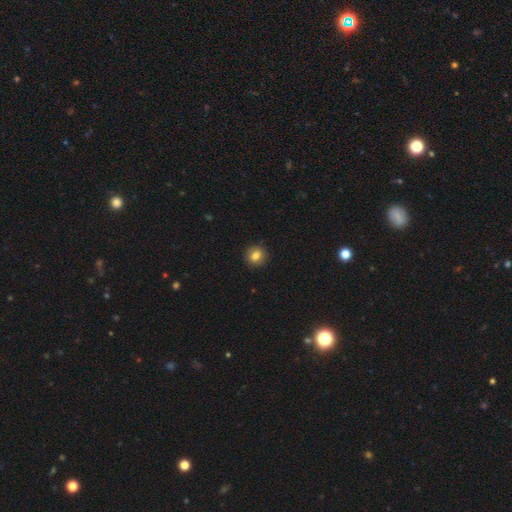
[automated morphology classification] Overall: smooth (82%). How rounded: round (85%). Merging: none (90%).